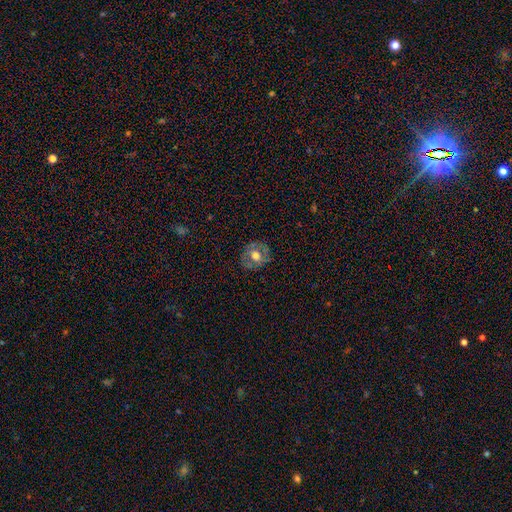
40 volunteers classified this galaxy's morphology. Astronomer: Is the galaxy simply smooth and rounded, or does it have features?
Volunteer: smooth — 57% (runner-up: featured or disk, 38%).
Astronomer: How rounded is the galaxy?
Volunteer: round — 91%.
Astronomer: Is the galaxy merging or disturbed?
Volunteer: none — 68%.